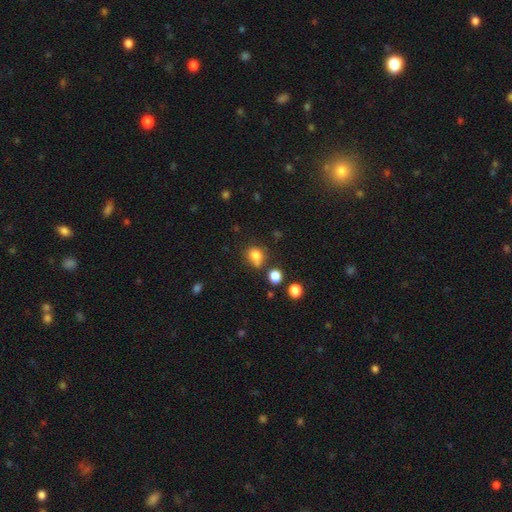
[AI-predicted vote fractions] Smooth or featured? Predicted: smooth (p=0.79). How rounded? Predicted: round (p=0.63). Merging? Predicted: none (p=0.59).